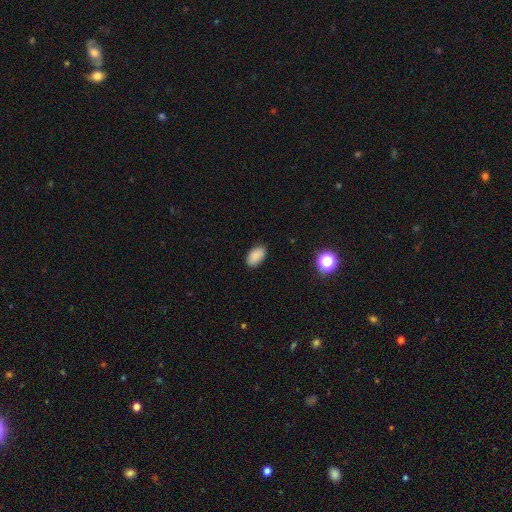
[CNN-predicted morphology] smooth_or_featured: smooth (p=0.88) [alt: star or artifact p=0.08]
how_rounded: in between (p=0.93) [alt: round p=0.06]
merging: none (p=0.88) [alt: minor disturbance p=0.09]